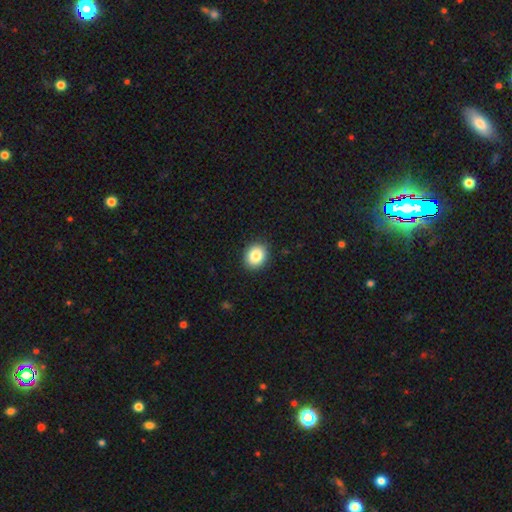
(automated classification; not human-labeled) smooth-or-featured: smooth: 85% | star or artifact: 9% | featured or disk: 6%
  how-rounded: round: 63% | in between: 36% | cigar-shaped: 1%
  merging: none: 90% | minor disturbance: 7% | major disturbance: 2% | merger: 1%